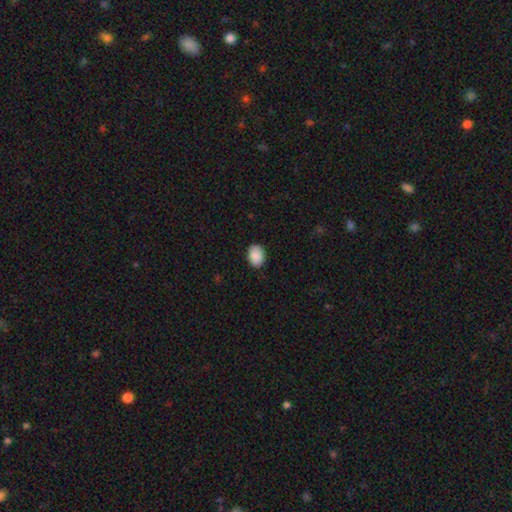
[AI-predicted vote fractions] smooth 90%, star or artifact 7%, featured or disk 3%. Down the decision tree: how rounded — in between (76%); merging — none (87%).